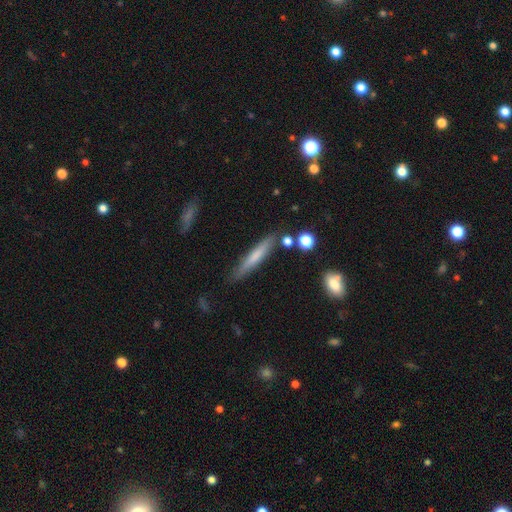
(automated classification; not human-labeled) The model was most divided on "smooth or featured": smooth: 62%, featured or disk: 31%, star or artifact: 7%. More confident: how rounded — cigar-shaped (93%); merging — none (81%).